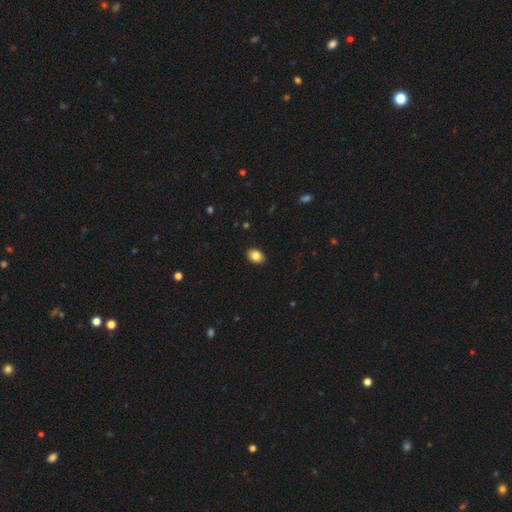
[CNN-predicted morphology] A smooth galaxy with no disk features (83%) that is in between round and cigar-shaped (75%). Merging: none (90%).